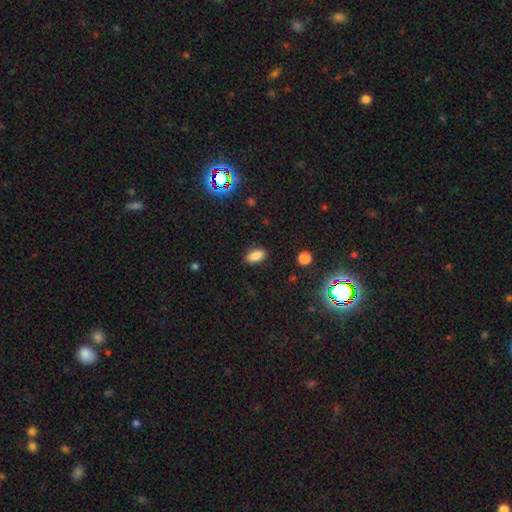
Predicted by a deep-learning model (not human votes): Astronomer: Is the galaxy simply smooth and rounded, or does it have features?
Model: smooth — 85%.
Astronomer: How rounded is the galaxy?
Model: in between — 90%.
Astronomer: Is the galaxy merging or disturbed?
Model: none — 87%.